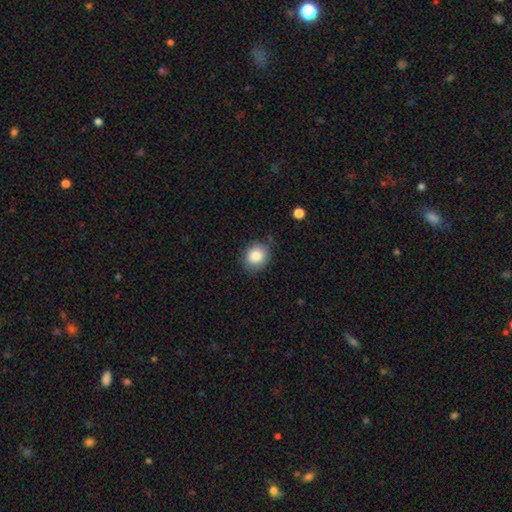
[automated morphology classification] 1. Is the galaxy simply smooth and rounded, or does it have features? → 86% smooth, 9% star or artifact, 6% featured or disk.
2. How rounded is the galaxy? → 70% round, 29% in between, 1% cigar-shaped.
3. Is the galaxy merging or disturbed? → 81% none, 14% minor disturbance, 3% major disturbance, 2% merger.